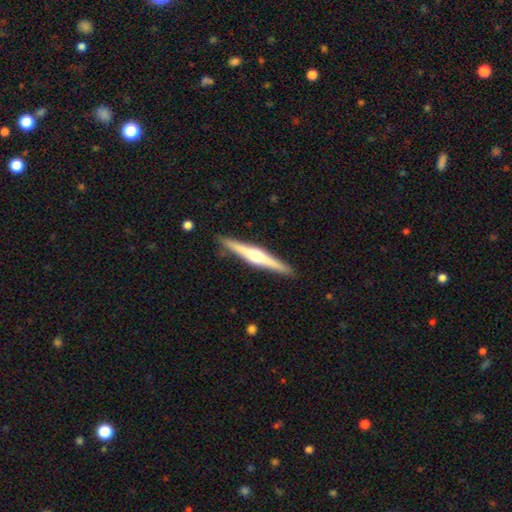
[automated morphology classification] A featured or disk galaxy (75%) viewed edge-on (98%) with a rounded central bulge (92%). Merging: none (91%).